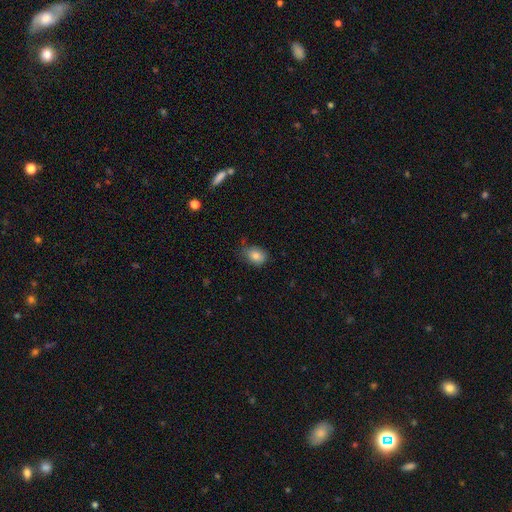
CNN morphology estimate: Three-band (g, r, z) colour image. It shows a smooth galaxy with no disk features (83%) that is in between round and cigar-shaped (64%). Merging: none (63%).